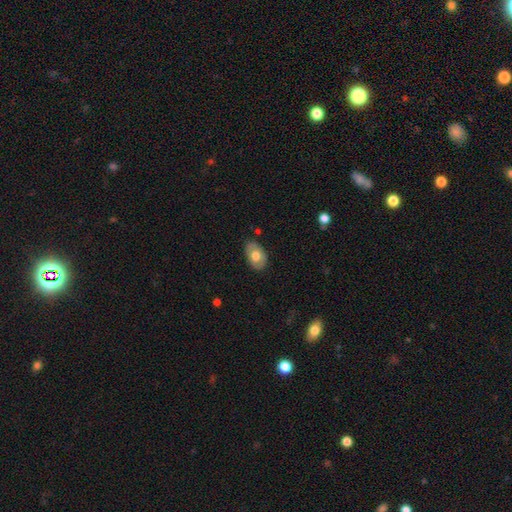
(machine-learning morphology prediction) smooth-or-featured: smooth: 60% | featured or disk: 34% | star or artifact: 6%
  how-rounded: in between: 87% | round: 12% | cigar-shaped: 1%
  merging: none: 82% | minor disturbance: 14% | major disturbance: 3% | merger: 1%